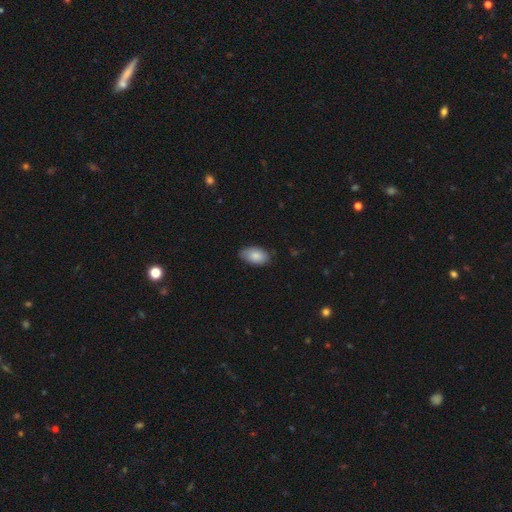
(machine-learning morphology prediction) smooth 85%, featured or disk 9%, star or artifact 6%. Down the decision tree: how rounded — in between (93%); merging — none (78%).